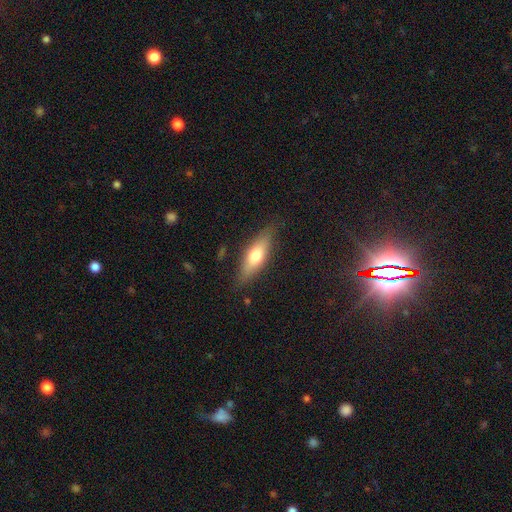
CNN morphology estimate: smooth 60%, featured or disk 34%, star or artifact 6%. Down the decision tree: how rounded — in between (50%); merging — none (83%).